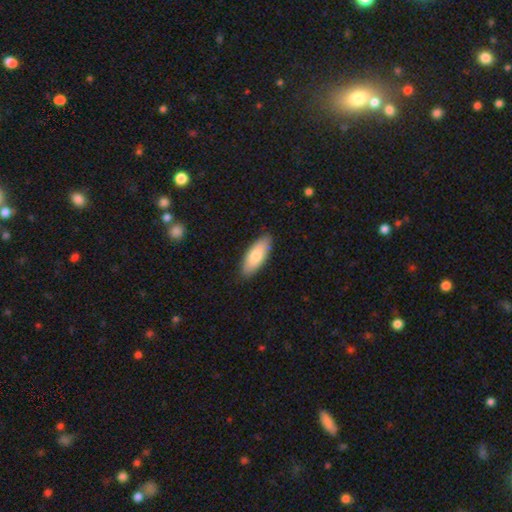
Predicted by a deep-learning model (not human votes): Overall: smooth (78%). How rounded: in between (77%). Merging: none (86%).